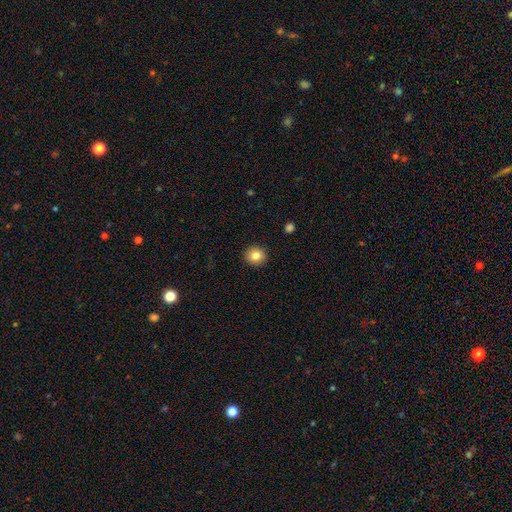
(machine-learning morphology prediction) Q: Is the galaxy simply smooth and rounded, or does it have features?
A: smooth — 82%.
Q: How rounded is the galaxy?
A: round — 90%.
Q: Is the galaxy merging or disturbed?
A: none — 92%.